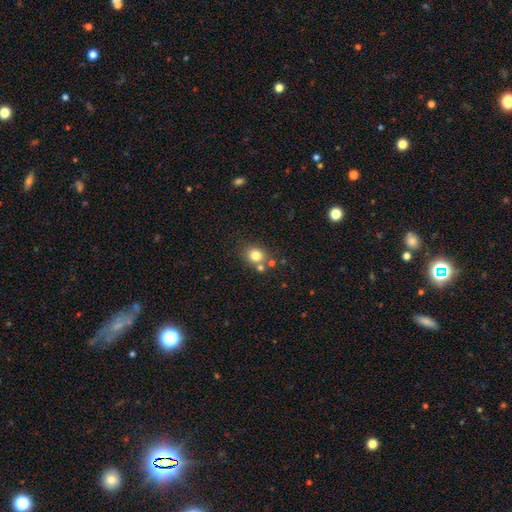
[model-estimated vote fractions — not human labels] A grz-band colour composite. It shows a smooth galaxy with no disk features (80%) that is round (76%). Merging: none (65%).